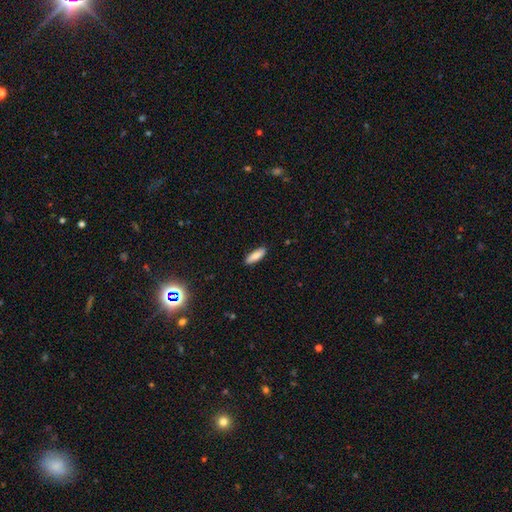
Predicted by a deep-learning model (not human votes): Q: Smooth or featured?
A: smooth (83%); runner-up: featured or disk (10%)
Q: How rounded?
A: in between (50%); runner-up: cigar-shaped (48%)
Q: Merging?
A: none (89%); runner-up: minor disturbance (8%)